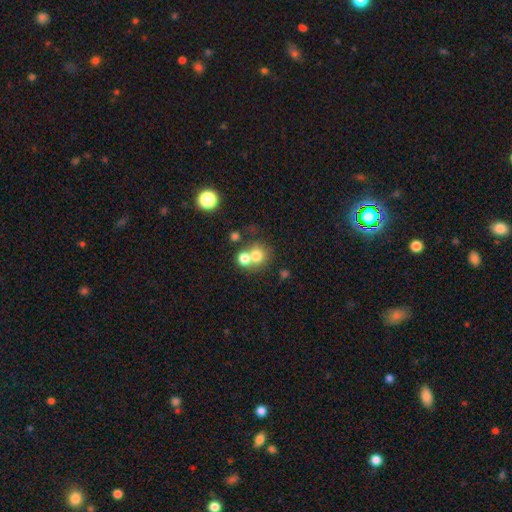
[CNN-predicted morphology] This is likely a smooth galaxy (72%). How rounded: clearly round (83%). Merging: marginally merger (44%, tied with none).